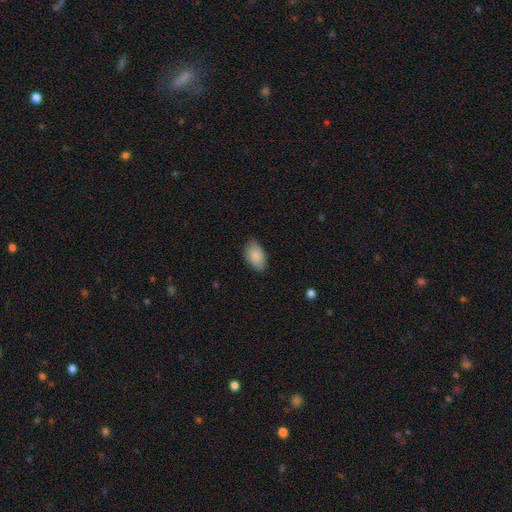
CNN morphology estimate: This is clearly a smooth galaxy (85%). How rounded: clearly in between (92%). Merging: likely none (71%).